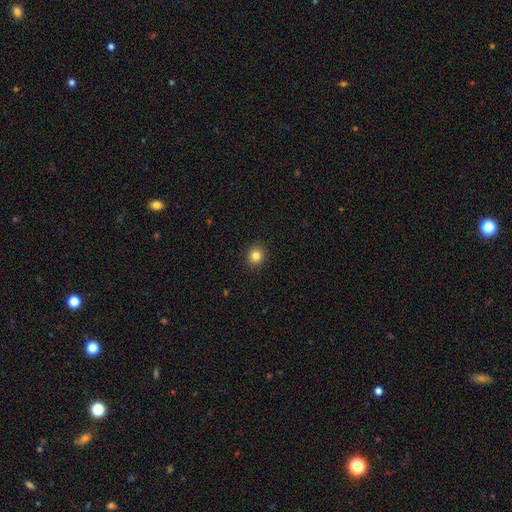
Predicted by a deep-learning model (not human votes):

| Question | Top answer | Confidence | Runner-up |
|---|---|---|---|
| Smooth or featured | smooth | 83% | star or artifact (11%) |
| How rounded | round | 82% | in between (17%) |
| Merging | none | 92% | minor disturbance (6%) |